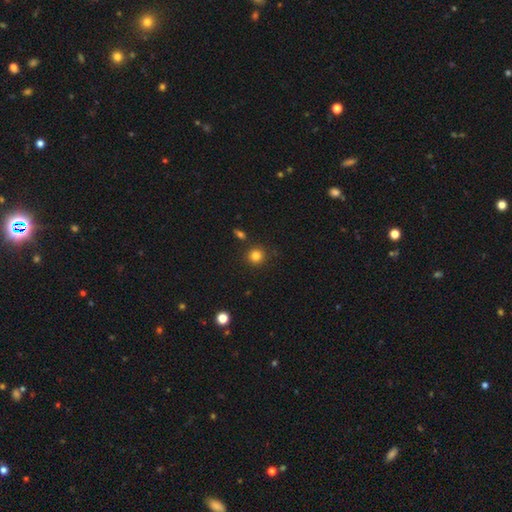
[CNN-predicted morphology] smooth-or-featured: smooth: 83% | star or artifact: 12% | featured or disk: 5%
  how-rounded: round: 93% | in between: 7% | cigar-shaped: 1%
  merging: none: 86% | minor disturbance: 7% | merger: 5% | major disturbance: 2%